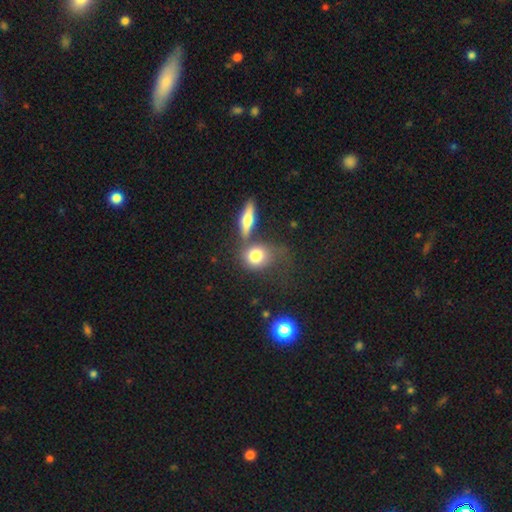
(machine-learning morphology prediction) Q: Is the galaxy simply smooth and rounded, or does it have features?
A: smooth — 76%.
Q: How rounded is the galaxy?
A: round — 61%.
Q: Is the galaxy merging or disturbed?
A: none — 44%.